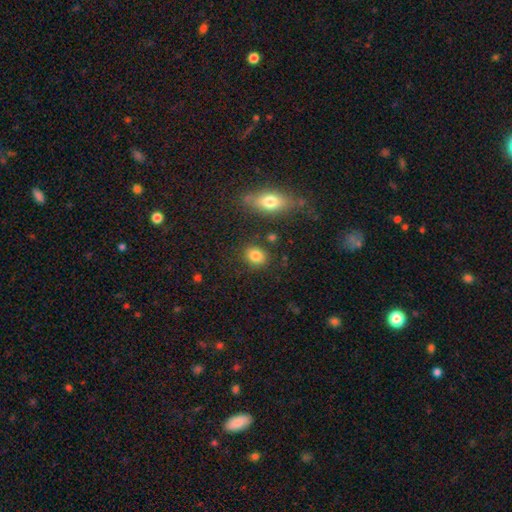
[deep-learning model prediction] A smooth galaxy with no disk features (84%) that is round (57%). Merging: none (83%).